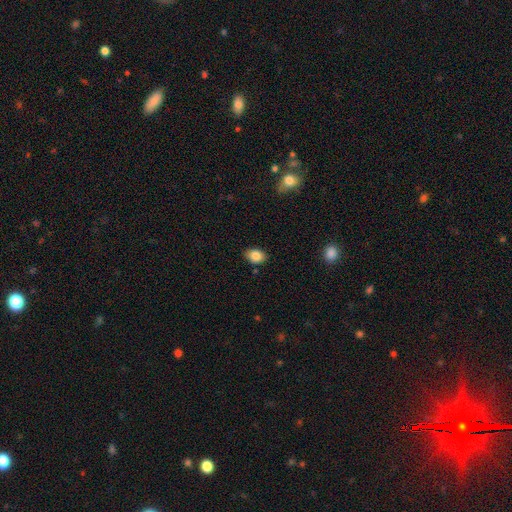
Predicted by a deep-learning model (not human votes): Morphology: type=smooth (85%); roundness=in between (76%); merging=none (84%).